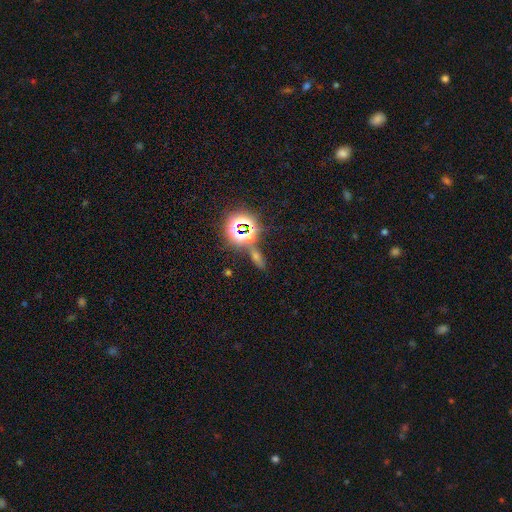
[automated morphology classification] A star or artifact, not a galaxy (53%).